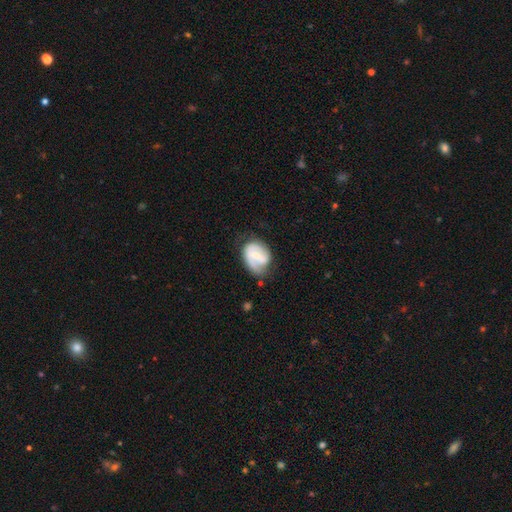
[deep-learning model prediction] featured or disk 68%, smooth 26%, star or artifact 6%. Down the decision tree: edge-on disk — no (97%); bar — weak (49%); spiral arms — yes (85%); spiral arm count — 2 (55%); spiral winding — medium (41%); bulge size — small (51%); merging — none (51%).